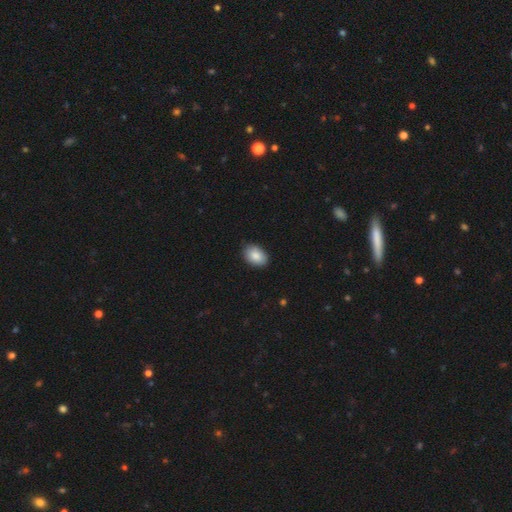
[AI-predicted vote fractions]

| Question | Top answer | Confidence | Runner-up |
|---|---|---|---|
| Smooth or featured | smooth | 87% | star or artifact (7%) |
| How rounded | in between | 85% | round (14%) |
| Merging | none | 87% | minor disturbance (10%) |